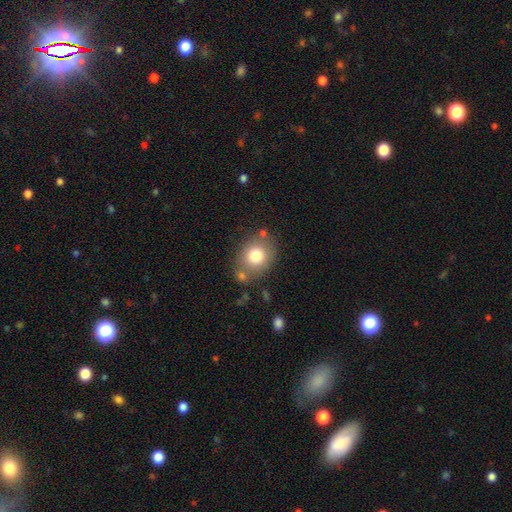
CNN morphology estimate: Smooth or featured? smooth (77%)
How rounded? round (61%)
Merging? none (71%)